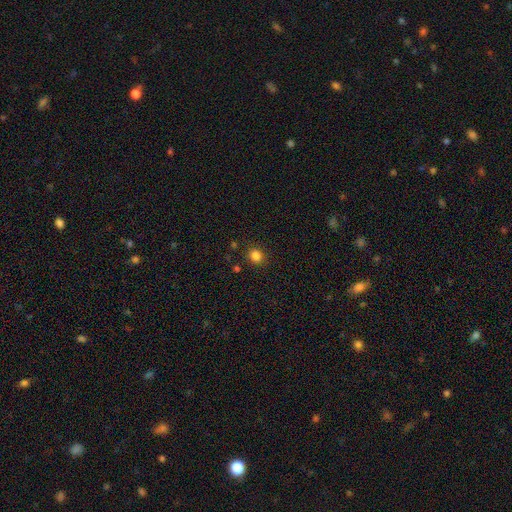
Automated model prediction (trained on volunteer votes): smooth-or-featured: smooth: 83% | star or artifact: 13% | featured or disk: 4%
  how-rounded: round: 80% | in between: 19% | cigar-shaped: 1%
  merging: none: 89% | minor disturbance: 7% | major disturbance: 2% | merger: 2%